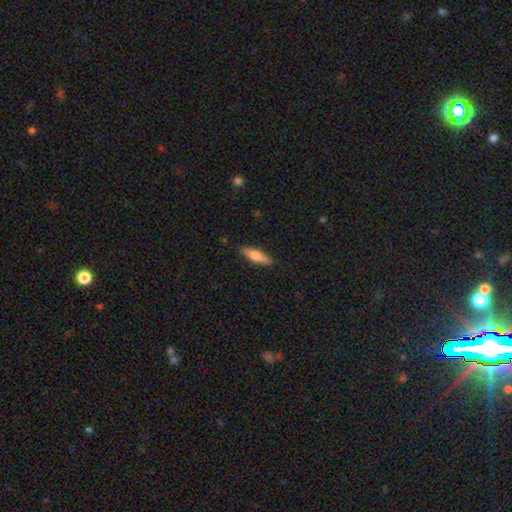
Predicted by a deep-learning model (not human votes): A smooth galaxy with no disk features (59%) that is cigar-shaped (66%). Merging: none (87%).